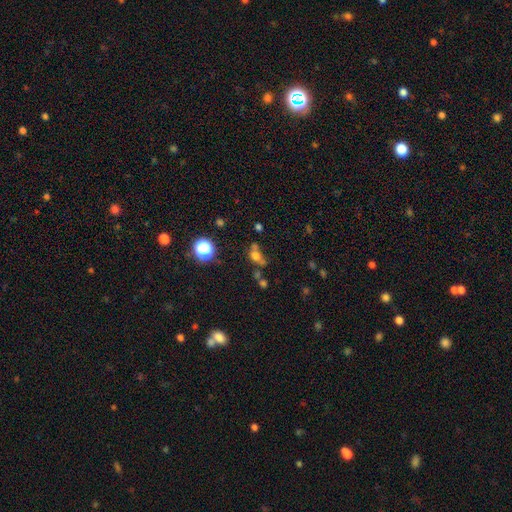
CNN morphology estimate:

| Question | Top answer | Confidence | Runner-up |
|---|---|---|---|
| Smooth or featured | smooth | 63% | star or artifact (21%) |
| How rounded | round | 52% | in between (44%) |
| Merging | none | 41% | merger (29%) |